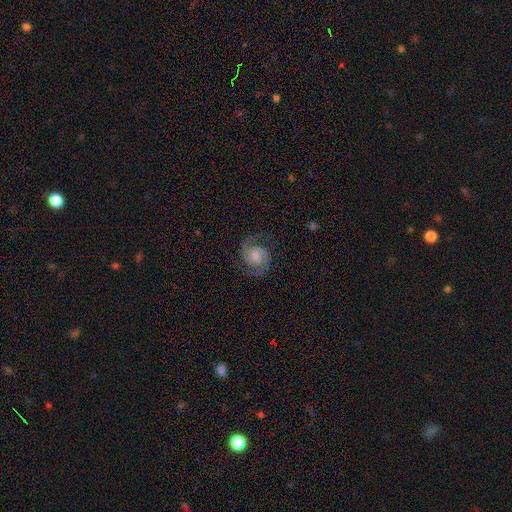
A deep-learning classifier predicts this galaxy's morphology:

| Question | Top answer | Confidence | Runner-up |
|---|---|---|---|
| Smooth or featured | featured or disk | 89% | smooth (6%) |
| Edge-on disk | no | 98% | yes (2%) |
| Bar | no | 56% | weak (37%) |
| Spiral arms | yes | 98% | no (2%) |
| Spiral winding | medium | 54% | tight (36%) |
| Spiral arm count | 2 | 94% | can't tell (2%) |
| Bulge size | moderate | 39% | small (24%) |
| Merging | none | 80% | minor disturbance (13%) |